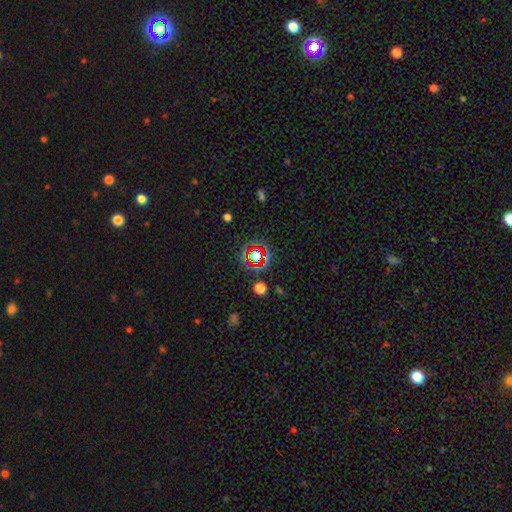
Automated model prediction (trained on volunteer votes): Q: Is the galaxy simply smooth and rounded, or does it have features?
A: star or artifact — 65%.